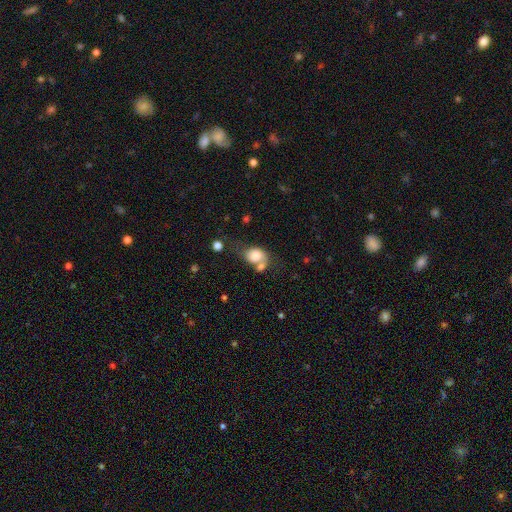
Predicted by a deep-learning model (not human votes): This is likely a smooth galaxy (74%). How rounded: possibly in between (59%). Merging: marginally merger (40%).